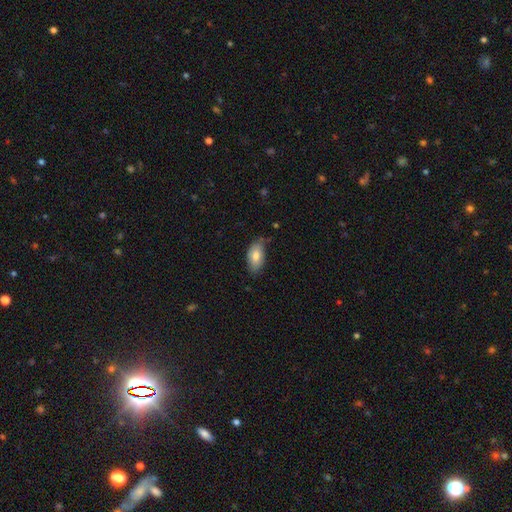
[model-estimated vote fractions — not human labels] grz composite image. It shows a smooth galaxy with no disk features (78%) that is in between round and cigar-shaped (93%). Merging: none (67%).